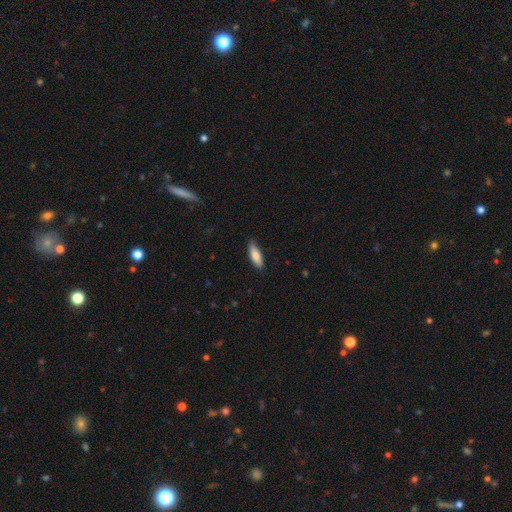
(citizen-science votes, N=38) smooth-or-featured: smooth: 89% | featured or disk: 8% | star or artifact: 3%
  how-rounded: in between: 53% | cigar-shaped: 47% | round: 0%
  merging: none: 70% | minor disturbance: 24% | major disturbance: 3% | merger: 3%